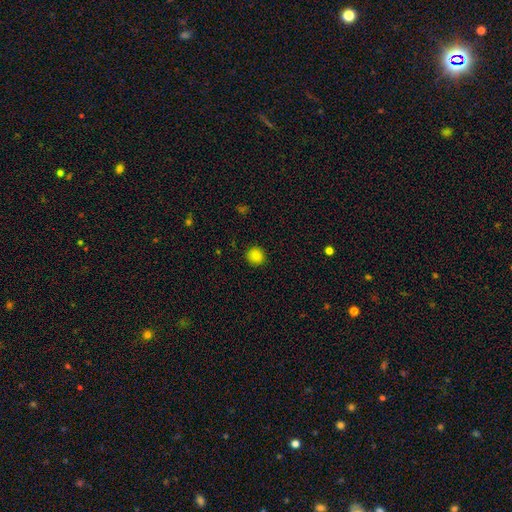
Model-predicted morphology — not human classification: Q: Smooth or featured?
A: smooth (85%); runner-up: star or artifact (11%)
Q: How rounded?
A: round (90%); runner-up: in between (9%)
Q: Merging?
A: none (91%); runner-up: minor disturbance (6%)